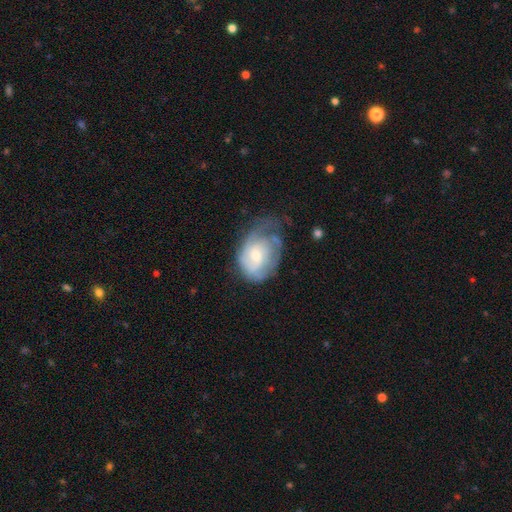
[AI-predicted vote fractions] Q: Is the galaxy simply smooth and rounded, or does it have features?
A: featured or disk — 62%.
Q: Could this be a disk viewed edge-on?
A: no — 96%.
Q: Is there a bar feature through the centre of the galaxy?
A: no — 67%.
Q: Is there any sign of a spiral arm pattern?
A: yes — 80%.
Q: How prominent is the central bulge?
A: moderate — 48%.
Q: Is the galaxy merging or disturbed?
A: none — 38%.